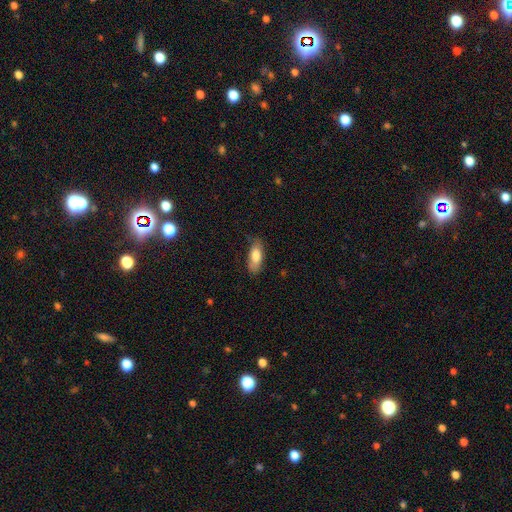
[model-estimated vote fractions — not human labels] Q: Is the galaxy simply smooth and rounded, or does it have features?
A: smooth — 79%.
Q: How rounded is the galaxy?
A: in between — 77%.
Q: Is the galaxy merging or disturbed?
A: none — 76%.